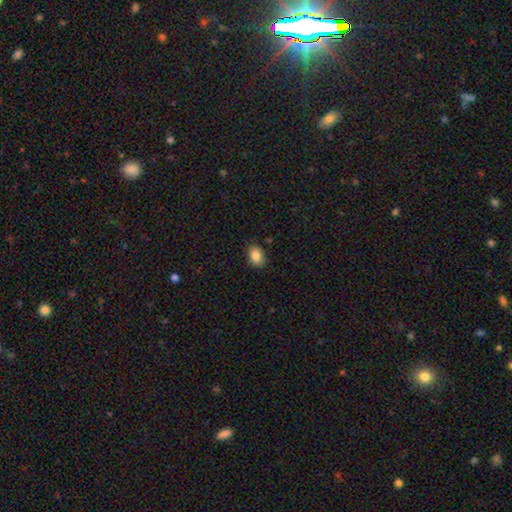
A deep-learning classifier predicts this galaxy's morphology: A smooth galaxy with no disk features (86%) that is in between round and cigar-shaped (83%). Merging: none (86%).